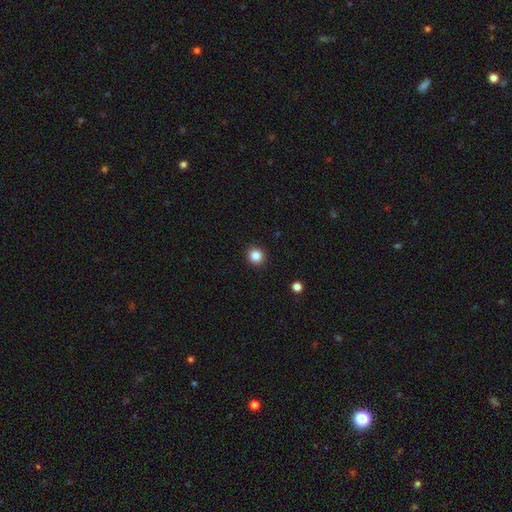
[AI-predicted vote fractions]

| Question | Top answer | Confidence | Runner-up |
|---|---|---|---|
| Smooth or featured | smooth | 85% | star or artifact (11%) |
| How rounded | round | 92% | in between (7%) |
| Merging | none | 93% | minor disturbance (5%) |